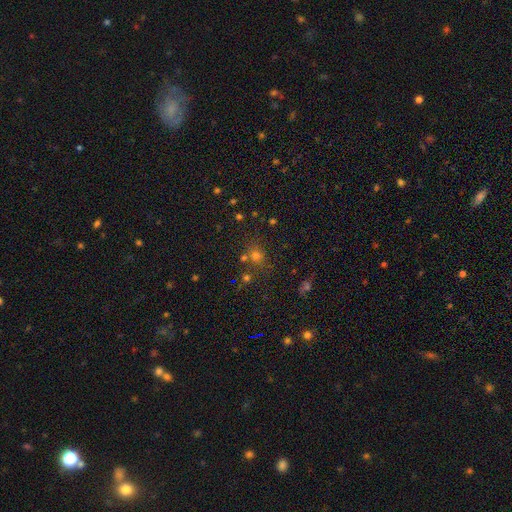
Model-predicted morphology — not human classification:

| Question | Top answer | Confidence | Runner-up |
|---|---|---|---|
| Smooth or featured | smooth | 55% | star or artifact (37%) |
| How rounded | round | 81% | in between (18%) |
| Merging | none | 69% | merger (16%) |